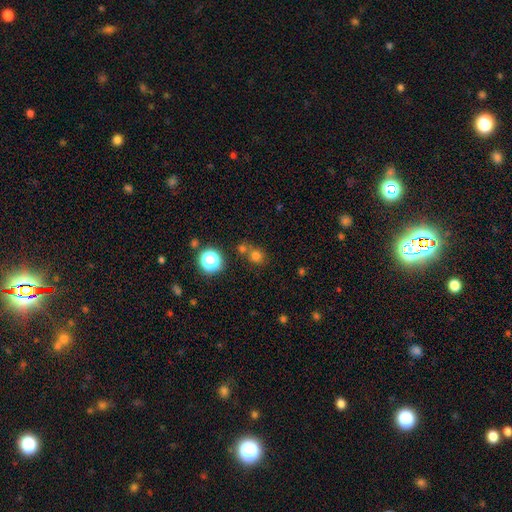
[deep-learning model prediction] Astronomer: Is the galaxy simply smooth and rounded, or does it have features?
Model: smooth — 72%.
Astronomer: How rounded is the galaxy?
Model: round — 82%.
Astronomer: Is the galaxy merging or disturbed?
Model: none — 62%.